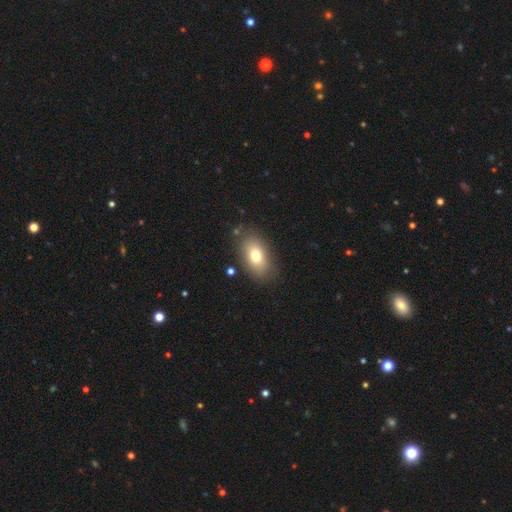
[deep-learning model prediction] This is likely a smooth galaxy (74%). How rounded: clearly in between (88%). Merging: clearly none (82%).